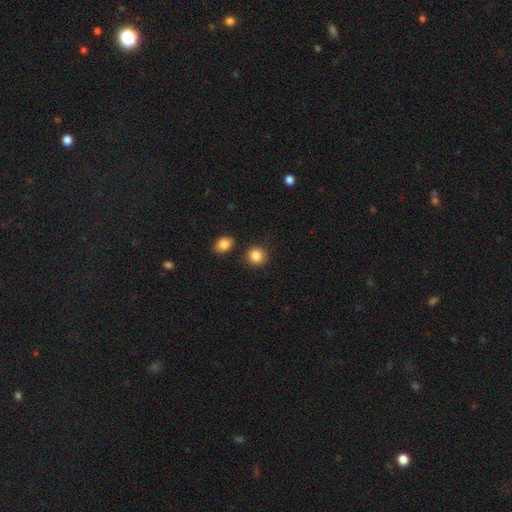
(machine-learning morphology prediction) Smooth or featured? Predicted: smooth (p=0.86). How rounded? Predicted: round (p=0.84). Merging? Predicted: none (p=0.85).